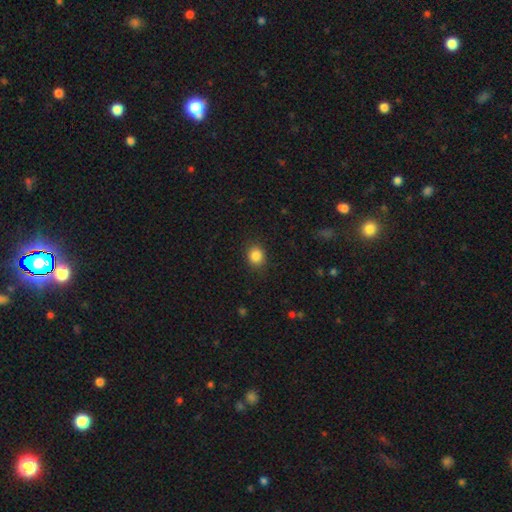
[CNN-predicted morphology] The model was most divided on "how rounded": round: 74%, in between: 25%, cigar-shaped: 1%. More confident: merging — none (88%); smooth or featured — smooth (86%).